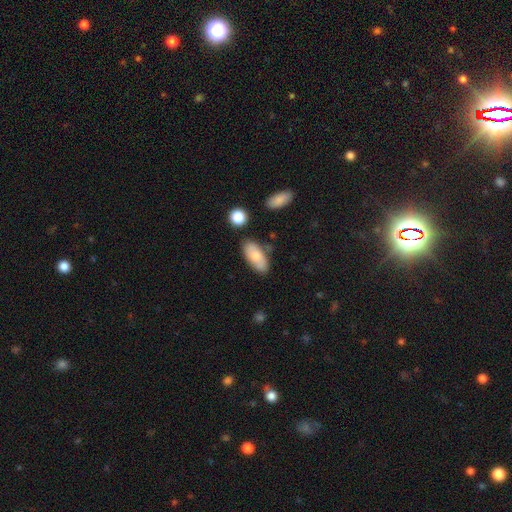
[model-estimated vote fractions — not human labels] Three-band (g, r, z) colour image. It shows a smooth galaxy with no disk features (77%) that is in between round and cigar-shaped (89%). Merging: none (75%).